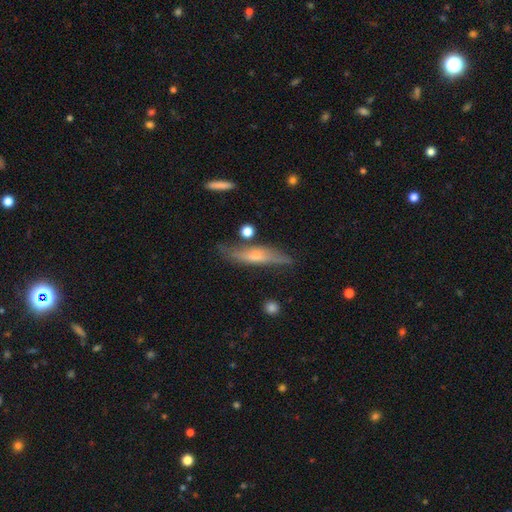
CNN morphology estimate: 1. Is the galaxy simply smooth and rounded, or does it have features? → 51% featured or disk, 42% smooth, 7% star or artifact.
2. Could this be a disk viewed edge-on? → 75% yes, 25% no.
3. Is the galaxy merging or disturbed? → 69% none, 21% minor disturbance, 6% major disturbance, 4% merger.